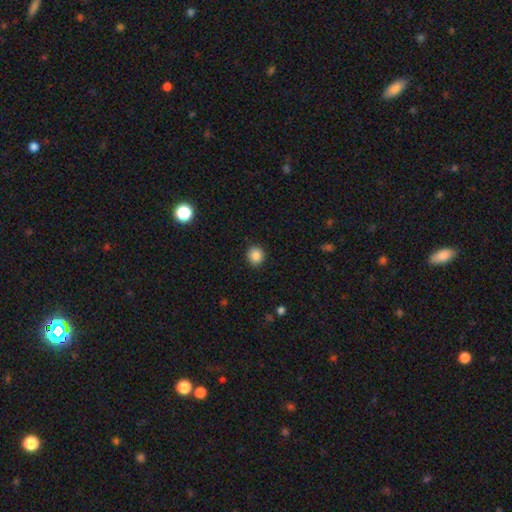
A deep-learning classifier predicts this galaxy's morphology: smooth-or-featured: smooth: 86% | star or artifact: 10% | featured or disk: 4%
  how-rounded: round: 87% | in between: 12% | cigar-shaped: 1%
  merging: none: 89% | minor disturbance: 8% | major disturbance: 2% | merger: 1%